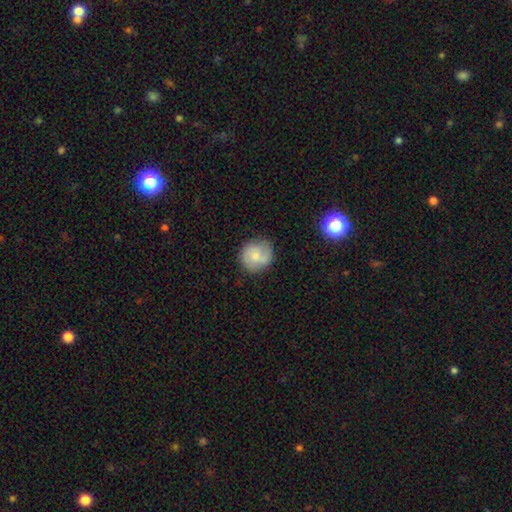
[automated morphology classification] Smooth or featured: smooth — 54% (featured or disk — 39%)
How rounded: round — 85% (in between — 14%)
Merging: none — 79% (minor disturbance — 15%)